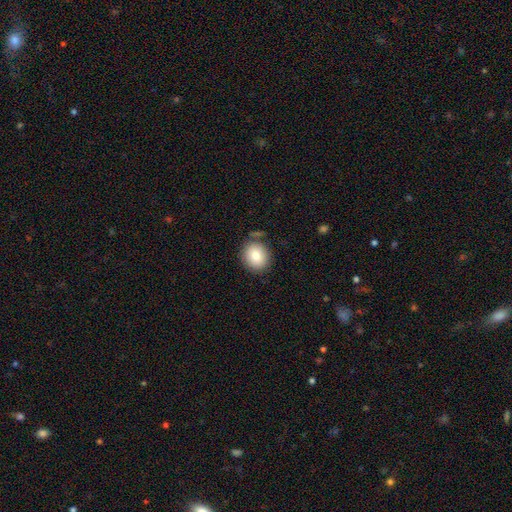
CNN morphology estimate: smooth_or_featured: smooth (p=0.82) [alt: featured or disk p=0.09]
how_rounded: round (p=0.71) [alt: in between p=0.28]
merging: none (p=0.80) [alt: minor disturbance p=0.12]